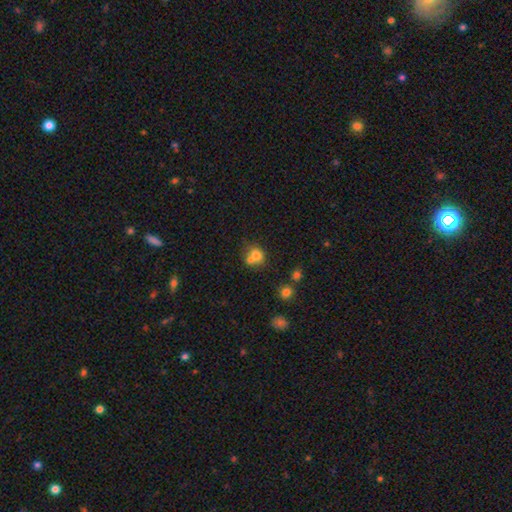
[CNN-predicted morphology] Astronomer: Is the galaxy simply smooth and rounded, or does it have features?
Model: smooth — 73%.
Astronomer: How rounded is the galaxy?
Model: round — 72%.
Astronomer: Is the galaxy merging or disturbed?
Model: merger — 48% (runner-up: none, 36%).